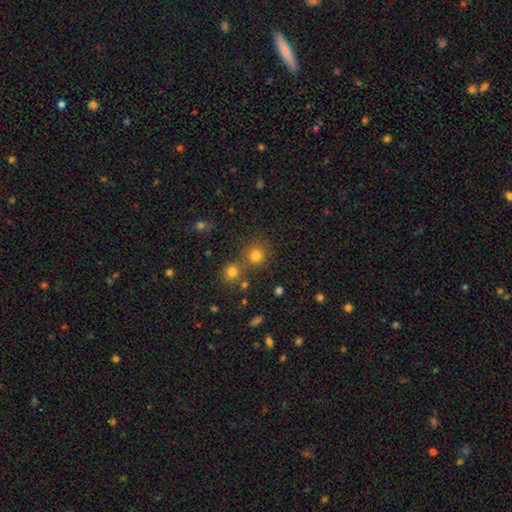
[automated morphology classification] smooth_or_featured: smooth (p=0.75) [alt: star or artifact p=0.18]
how_rounded: round (p=0.91) [alt: in between p=0.08]
merging: none (p=0.72) [alt: merger p=0.17]